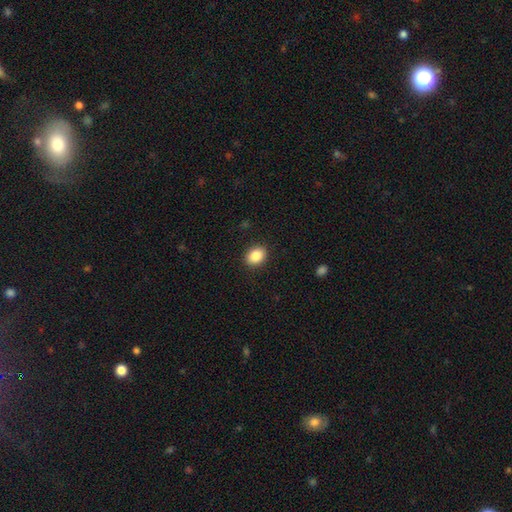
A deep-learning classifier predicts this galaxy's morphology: type=smooth (87%); roundness=in between (62%); merging=none (90%).